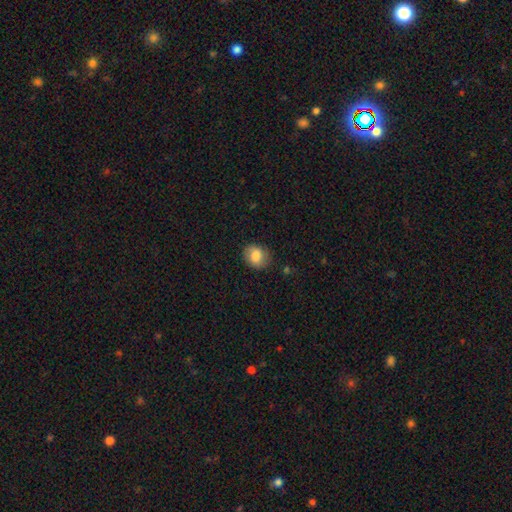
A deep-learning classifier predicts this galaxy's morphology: Q: Smooth or featured?
A: smooth (81%); runner-up: featured or disk (11%)
Q: How rounded?
A: round (57%); runner-up: in between (42%)
Q: Merging?
A: none (79%); runner-up: minor disturbance (15%)